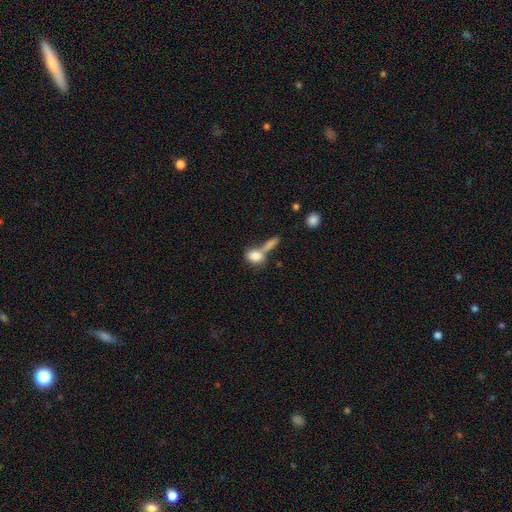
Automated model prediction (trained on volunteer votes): A smooth galaxy with no disk features (80%) that is in between round and cigar-shaped (67%).

Vote fractions:
- Smooth or featured? smooth: 80% / featured or disk: 12% / star or artifact: 8%
- How rounded? in between: 67% / round: 26% / cigar-shaped: 7%
- Merging? merger: 49% / none: 32% / minor disturbance: 11% / major disturbance: 8%